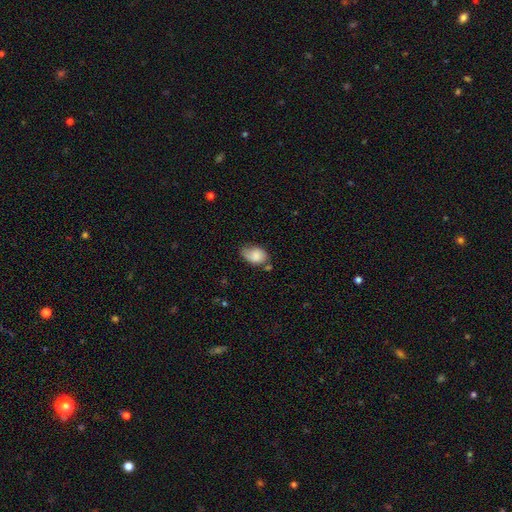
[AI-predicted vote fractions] Smooth or featured?
  - smooth: 76% *
  - featured or disk: 16%
  - star or artifact: 8%
How rounded?
  - in between: 84% *
  - round: 14%
  - cigar-shaped: 1%
Merging?
  - none: 45% *
  - minor disturbance: 36%
  - major disturbance: 12%
  - merger: 7%